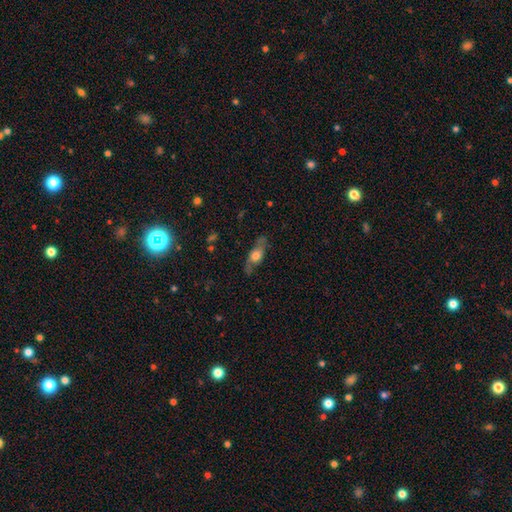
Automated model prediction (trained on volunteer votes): This appears to be a smooth galaxy with no disk features (50%). Merging: none (72%).